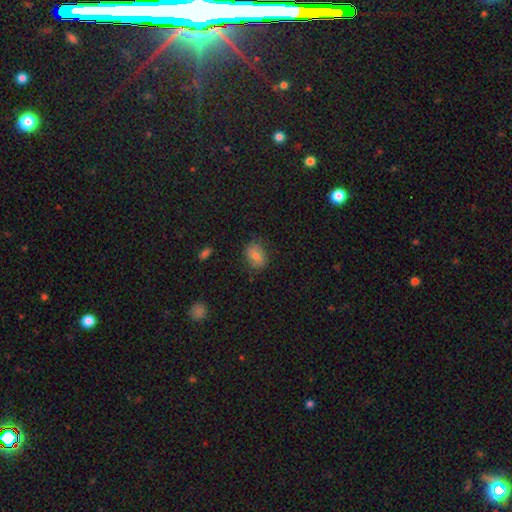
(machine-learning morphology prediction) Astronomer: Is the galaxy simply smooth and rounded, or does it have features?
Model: smooth — 77%.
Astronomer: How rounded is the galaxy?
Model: in between — 69%.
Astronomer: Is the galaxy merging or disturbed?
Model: none — 78%.